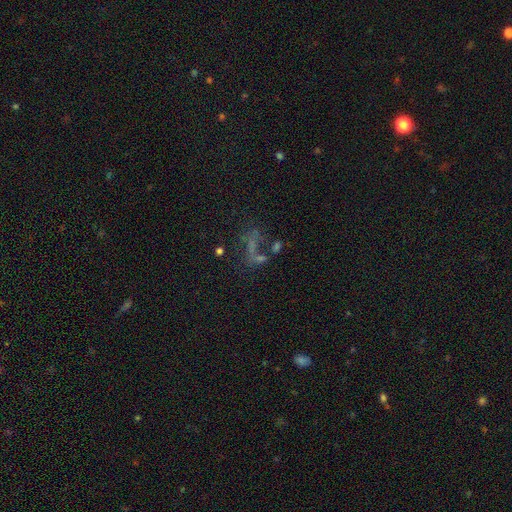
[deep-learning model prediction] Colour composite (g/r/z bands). It shows a smooth galaxy with no disk features (37%). Merging: merger (32%).